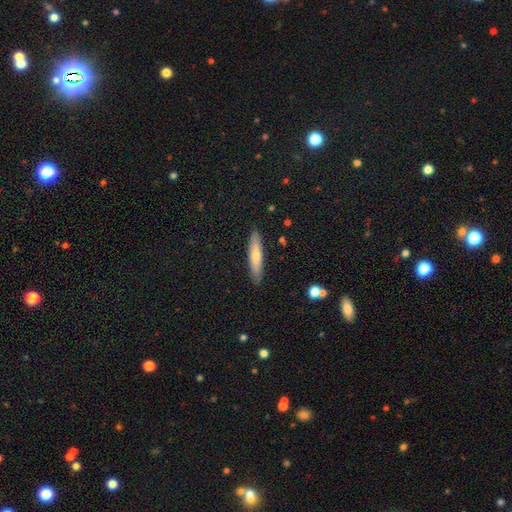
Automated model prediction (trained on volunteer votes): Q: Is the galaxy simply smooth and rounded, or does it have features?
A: smooth — 65%.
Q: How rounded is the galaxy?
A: cigar-shaped — 87%.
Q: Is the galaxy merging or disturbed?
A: none — 89%.